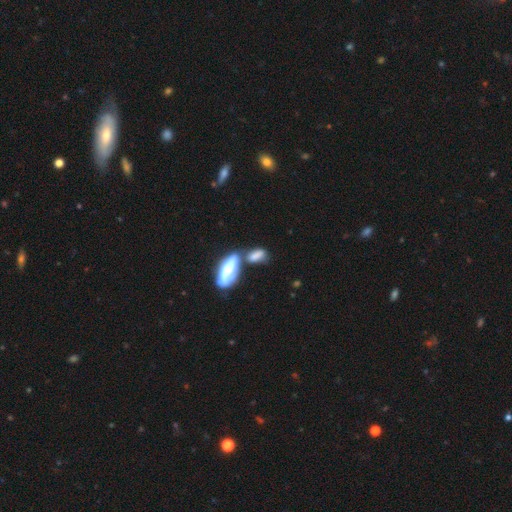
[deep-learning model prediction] A smooth galaxy with no disk features (68%) that is in between round and cigar-shaped (80%).

Vote fractions:
- Smooth or featured? smooth: 68% / featured or disk: 25% / star or artifact: 8%
- How rounded? in between: 80% / cigar-shaped: 16% / round: 5%
- Merging? merger: 57% / none: 25% / minor disturbance: 12% / major disturbance: 7%